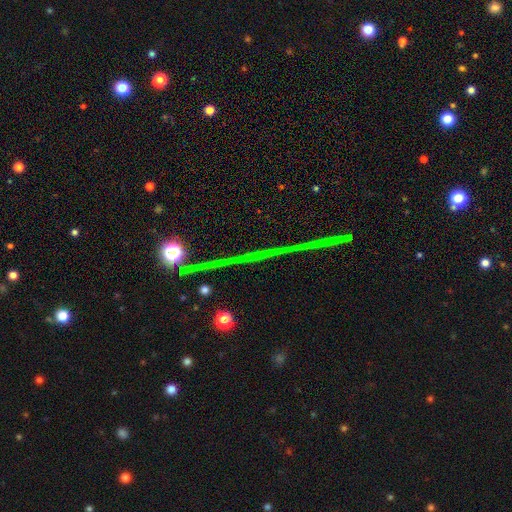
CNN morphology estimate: A star or artifact, not a galaxy (75%).

Vote fractions:
- Smooth or featured? star or artifact: 75% / featured or disk: 17% / smooth: 8%